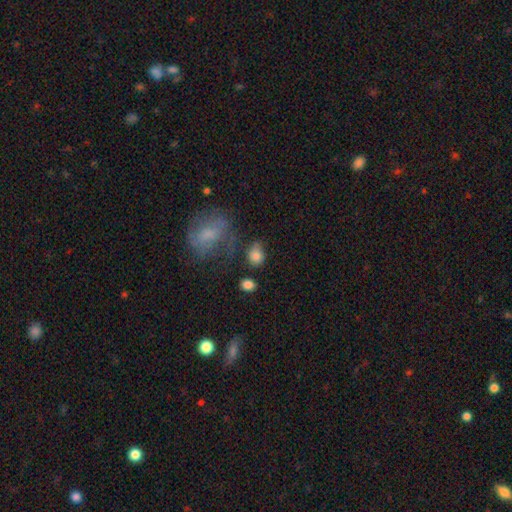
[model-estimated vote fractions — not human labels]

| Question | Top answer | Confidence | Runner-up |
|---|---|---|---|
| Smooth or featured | smooth | 82% | star or artifact (10%) |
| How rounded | in between | 49% | tied: round (49%) |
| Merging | none | 60% | minor disturbance (21%) |